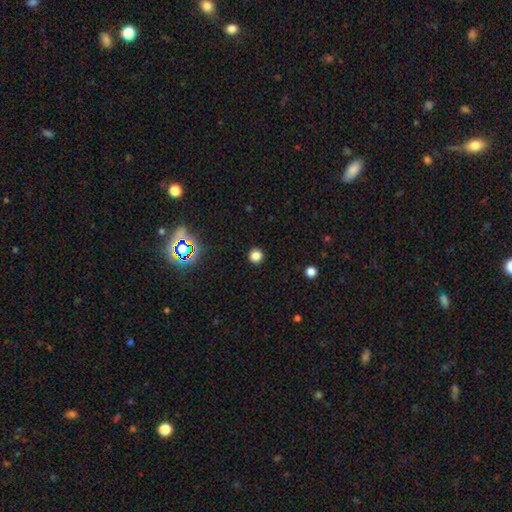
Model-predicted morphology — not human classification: This appears to be a smooth galaxy with no disk features (80%) that is round (94%). Merging: none (92%).